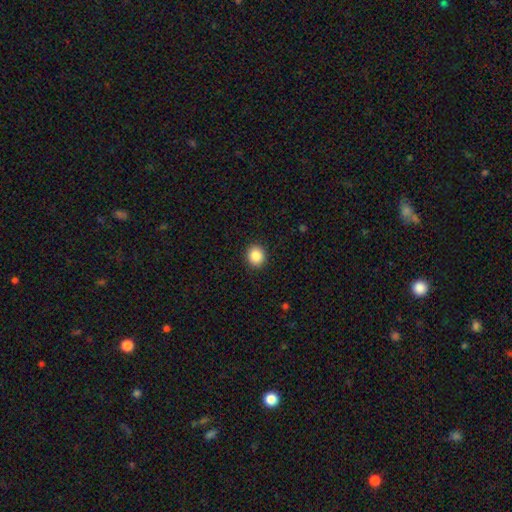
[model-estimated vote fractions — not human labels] Morphology: type=smooth (86%); roundness=round (83%); merging=none (92%).